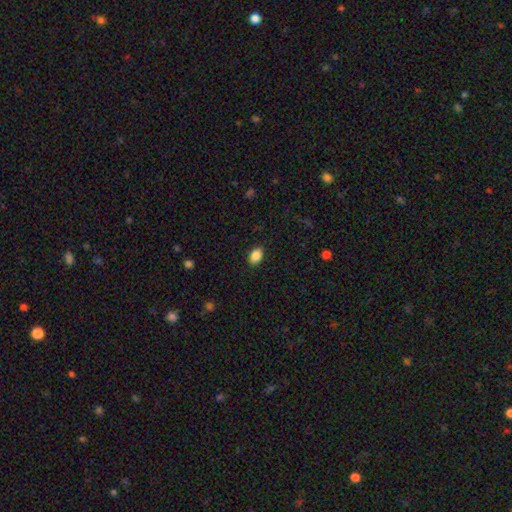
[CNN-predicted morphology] Smooth or featured? Predicted: smooth (p=0.87). How rounded? Predicted: in between (p=0.85). Merging? Predicted: none (p=0.88).